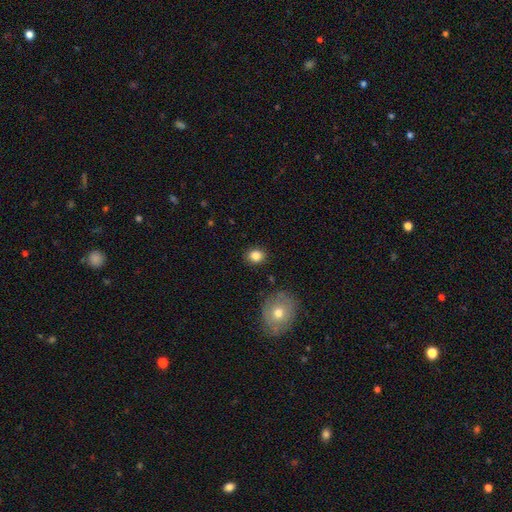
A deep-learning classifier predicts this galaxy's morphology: smooth-or-featured: smooth: 83% | star or artifact: 10% | featured or disk: 7%
  how-rounded: round: 66% | in between: 33% | cigar-shaped: 1%
  merging: none: 87% | minor disturbance: 8% | major disturbance: 2% | merger: 2%